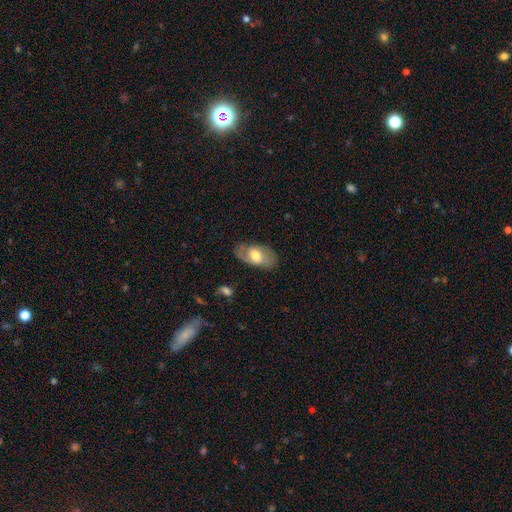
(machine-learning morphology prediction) A featured or disk galaxy (48%). Merging: none (75%).